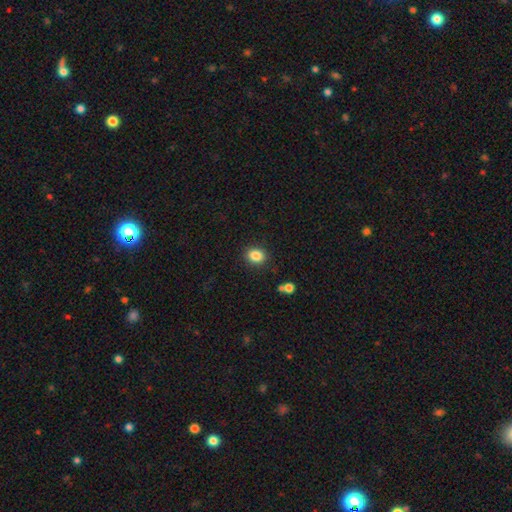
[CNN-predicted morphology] The model was most divided on "how rounded": round: 51%, in between: 48%, cigar-shaped: 1%. More confident: merging — none (88%); smooth or featured — smooth (85%).